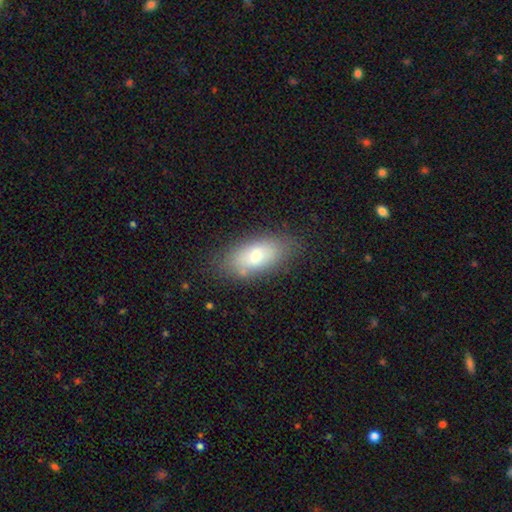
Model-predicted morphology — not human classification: The model was most divided on "smooth or featured": smooth: 73%, featured or disk: 18%, star or artifact: 8%. More confident: how rounded — in between (87%); merging — none (78%).